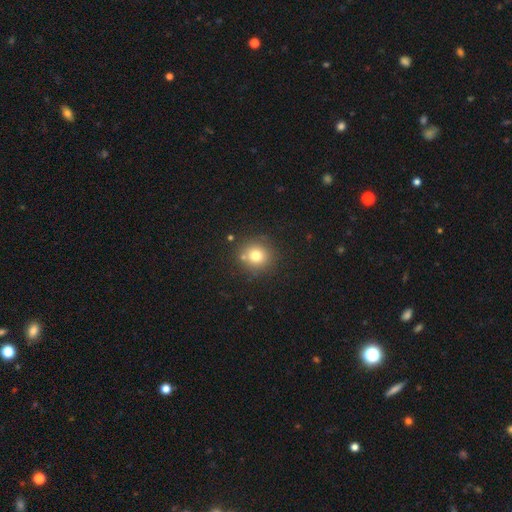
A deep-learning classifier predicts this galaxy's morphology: smooth_or_featured: smooth (p=0.76) [alt: star or artifact p=0.14]
how_rounded: round (p=0.91) [alt: in between p=0.08]
merging: none (p=0.80) [alt: minor disturbance p=0.10]